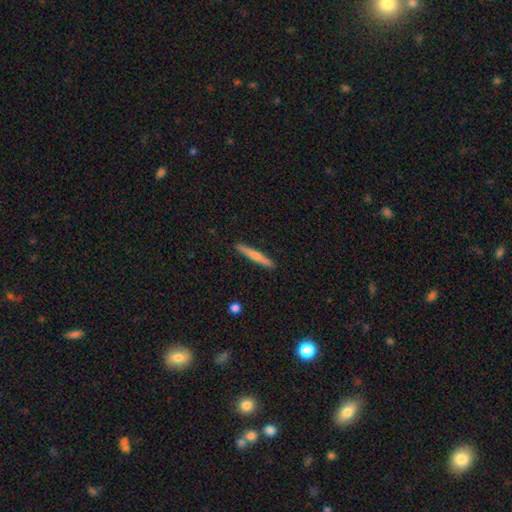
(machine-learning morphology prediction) type=smooth (59%); roundness=cigar-shaped (95%); merging=none (91%).